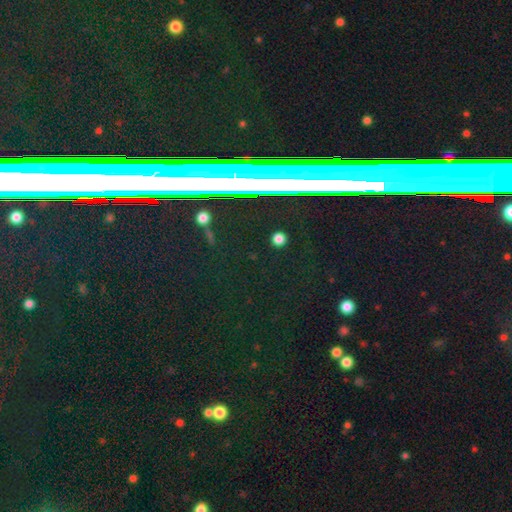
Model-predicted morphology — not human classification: Smooth or featured?
  - star or artifact: 63% *
  - featured or disk: 21%
  - smooth: 16%